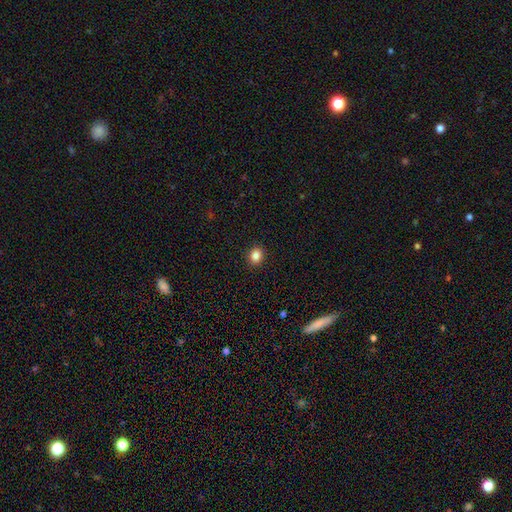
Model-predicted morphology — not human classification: A smooth galaxy with no disk features (85%) that is round (65%).

Vote fractions:
- Smooth or featured? smooth: 85% / star or artifact: 11% / featured or disk: 4%
- How rounded? round: 65% / in between: 34% / cigar-shaped: 1%
- Merging? none: 91% / minor disturbance: 6% / major disturbance: 2% / merger: 1%